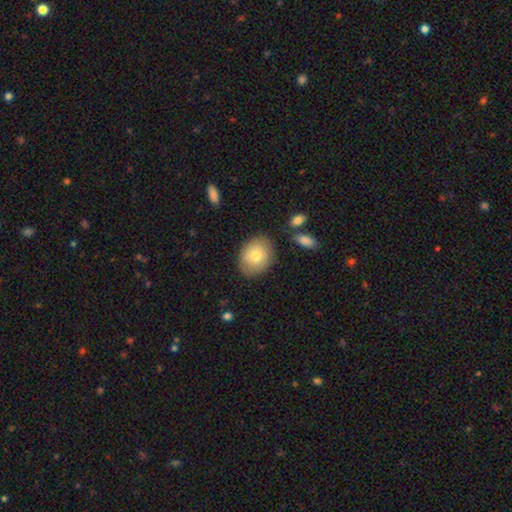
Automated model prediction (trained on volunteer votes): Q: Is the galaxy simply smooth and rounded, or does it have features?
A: smooth — 75%.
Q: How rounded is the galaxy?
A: in between — 52%.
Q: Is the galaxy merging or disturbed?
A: none — 82%.